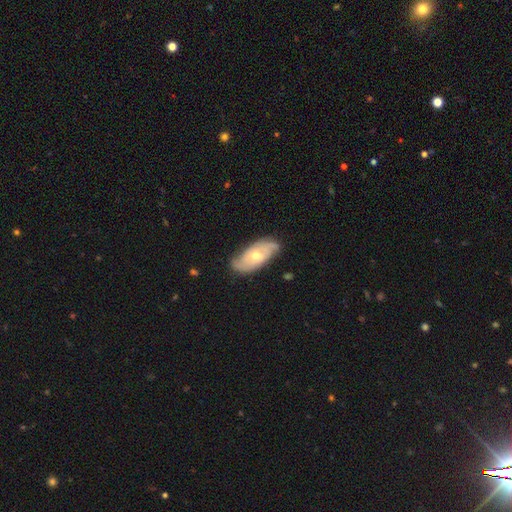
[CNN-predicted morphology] Smooth or featured? featured or disk (68%)
Edge-on disk? no (90%)
Bar? no (58%)
Spiral arms? yes (86%)
Spiral winding? medium (40%)
Spiral arm count? 2 (69%)
Bulge size? moderate (63%)
Merging? none (74%)